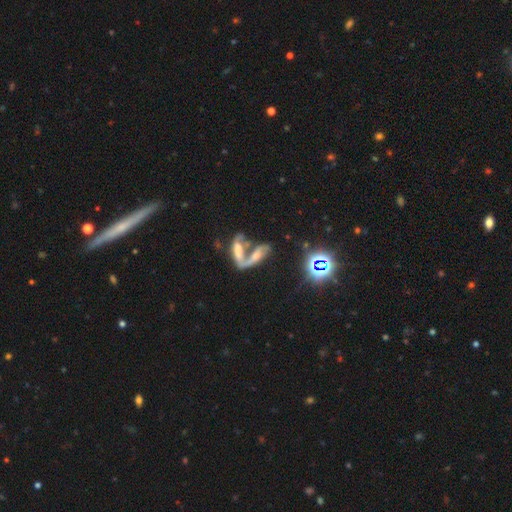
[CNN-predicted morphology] Overall: featured or disk (50%; smooth 34%). Merging: merger (71%).